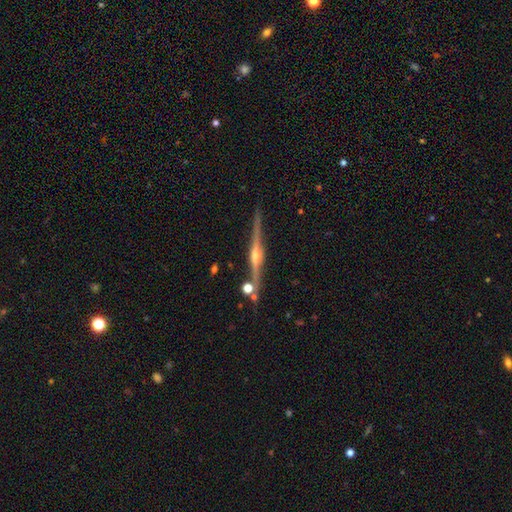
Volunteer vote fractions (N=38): Smooth or featured?
  - featured or disk: 84% *
  - smooth: 11%
  - star or artifact: 5%
Edge-on disk?
  - yes: 100% *
  - no: 0%
Edge-on bulge?
  - rounded: 84% *
  - boxy: 16%
  - none: 0%
Merging?
  - none: 92% *
  - minor disturbance: 3%
  - major disturbance: 3%
  - merger: 3%